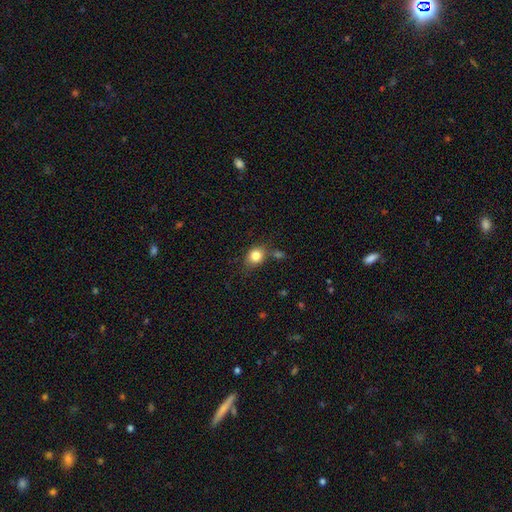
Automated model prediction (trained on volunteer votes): smooth_or_featured: smooth (p=0.82) [alt: star or artifact p=0.10]
how_rounded: round (p=0.60) [alt: in between p=0.39]
merging: none (p=0.69) [alt: minor disturbance p=0.17]